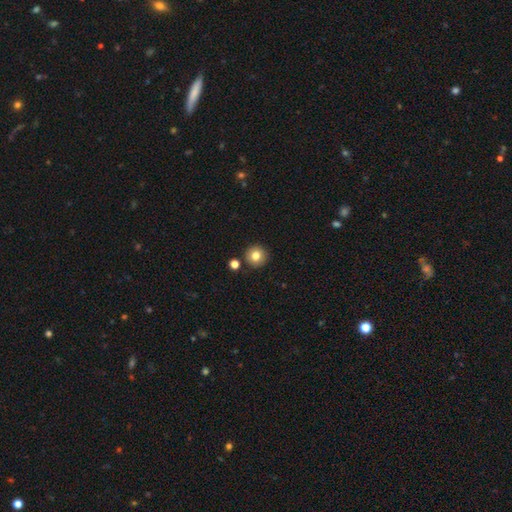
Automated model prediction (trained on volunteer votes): Overall: smooth (80%). How rounded: round (95%). Merging: none (88%).